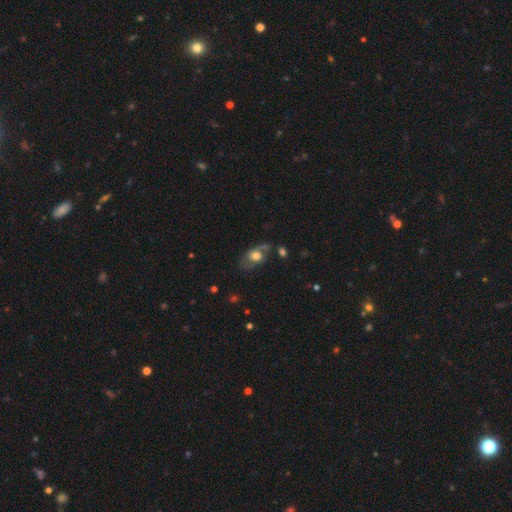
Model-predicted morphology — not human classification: A smooth galaxy with no disk features (47%).

Vote fractions:
- Smooth or featured? smooth: 47% / featured or disk: 44% / star or artifact: 9%
- Merging? none: 49% / minor disturbance: 25% / major disturbance: 19% / merger: 8%